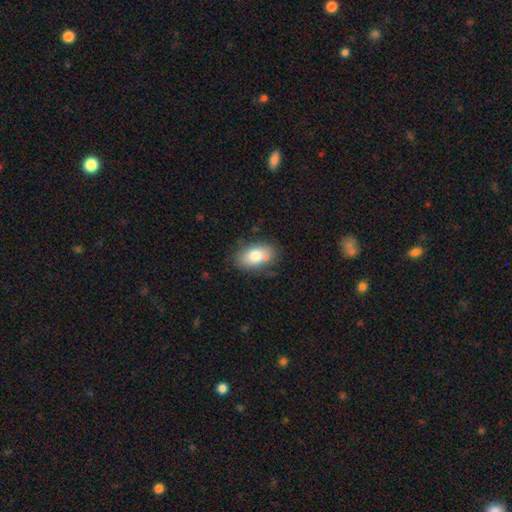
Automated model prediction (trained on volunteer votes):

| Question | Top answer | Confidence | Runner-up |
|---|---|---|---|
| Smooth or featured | smooth | 78% | featured or disk (15%) |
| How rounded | in between | 90% | round (7%) |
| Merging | none | 75% | minor disturbance (17%) |